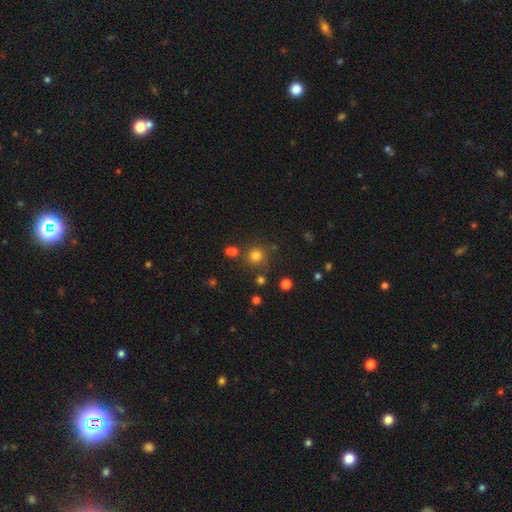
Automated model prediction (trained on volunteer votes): smooth-or-featured: smooth: 76% | star or artifact: 18% | featured or disk: 6%
  how-rounded: round: 93% | in between: 6% | cigar-shaped: 1%
  merging: none: 78% | minor disturbance: 9% | merger: 9% | major disturbance: 4%